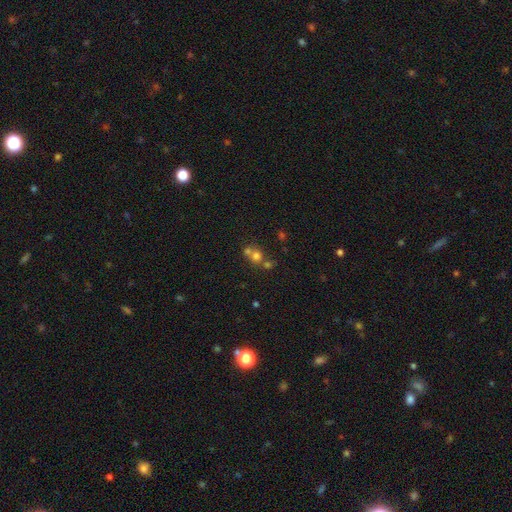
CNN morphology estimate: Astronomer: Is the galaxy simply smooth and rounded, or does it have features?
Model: smooth — 66%.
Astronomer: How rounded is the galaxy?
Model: round — 84%.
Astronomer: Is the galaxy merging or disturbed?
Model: merger — 48% (runner-up: none, 43%).